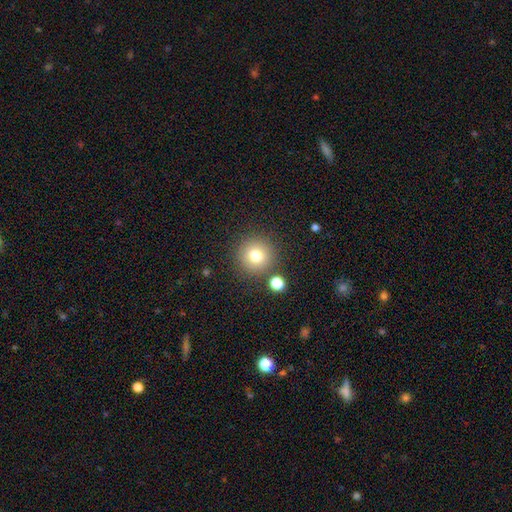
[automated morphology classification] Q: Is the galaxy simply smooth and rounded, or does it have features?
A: smooth — 77%.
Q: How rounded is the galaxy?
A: round — 95%.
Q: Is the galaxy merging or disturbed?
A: none — 84%.